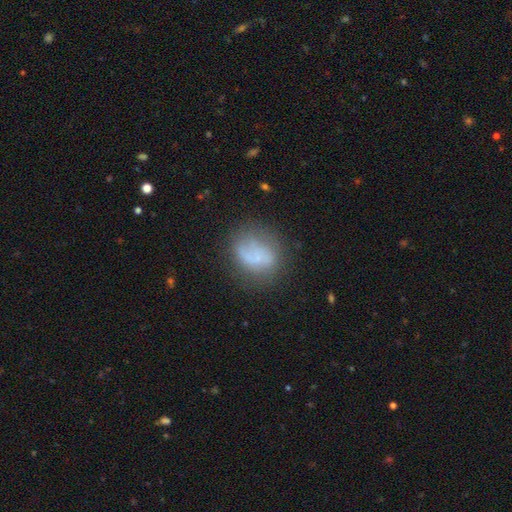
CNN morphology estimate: Smooth or featured? Predicted: smooth (p=0.52). How rounded? Predicted: round (p=0.55). Merging? Predicted: none (p=0.51).